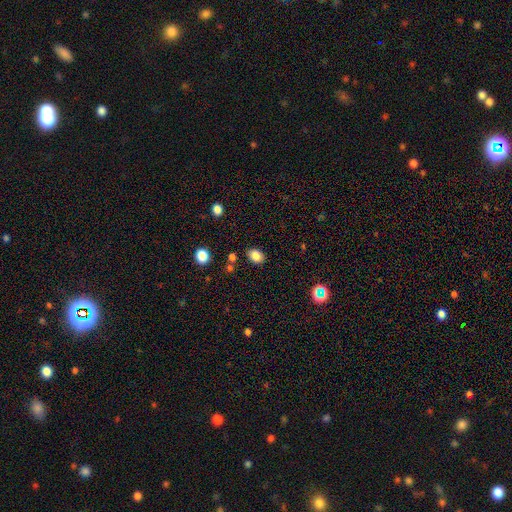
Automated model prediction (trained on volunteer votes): smooth-or-featured: smooth: 83% | star or artifact: 11% | featured or disk: 7%
  how-rounded: in between: 75% | round: 24% | cigar-shaped: 1%
  merging: none: 83% | minor disturbance: 11% | merger: 3% | major disturbance: 3%